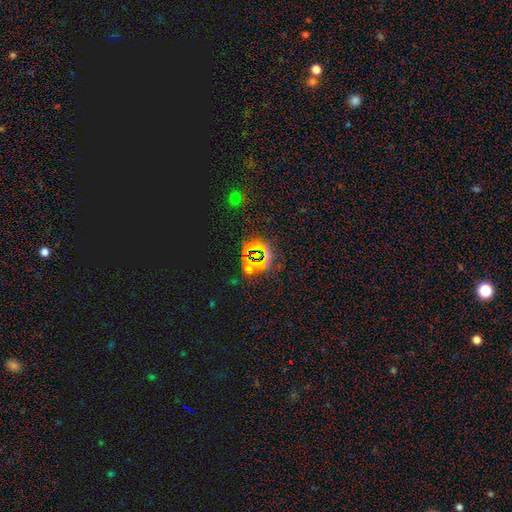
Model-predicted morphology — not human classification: A star or artifact, not a galaxy (75%).